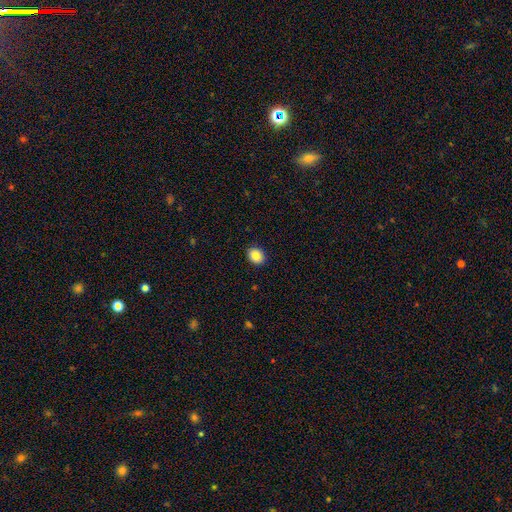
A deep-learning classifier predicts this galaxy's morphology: A smooth galaxy with no disk features (87%) that is round (52%).

Vote fractions:
- Smooth or featured? smooth: 87% / star or artifact: 8% / featured or disk: 4%
- How rounded? round: 52% / in between: 47% / cigar-shaped: 1%
- Merging? none: 90% / minor disturbance: 7% / major disturbance: 2% / merger: 1%